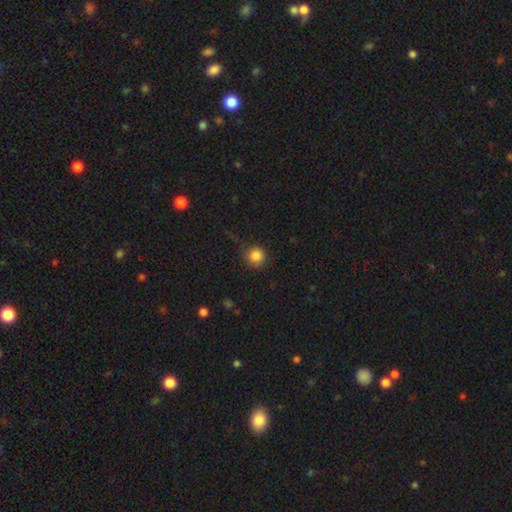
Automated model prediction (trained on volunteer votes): The model was most divided on "merging": none: 78%, minor disturbance: 14%, major disturbance: 6%, merger: 2%. More confident: how rounded — round (94%); smooth or featured — smooth (85%).